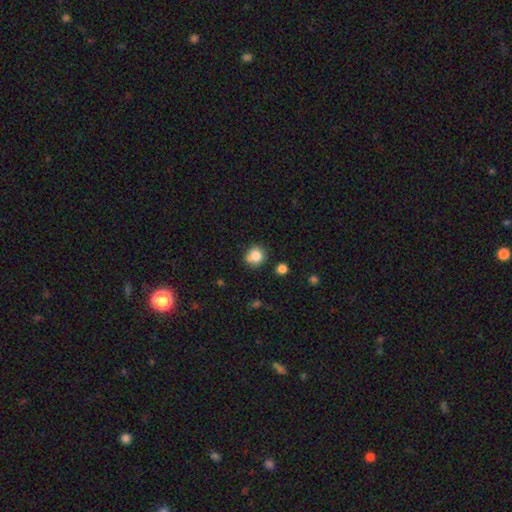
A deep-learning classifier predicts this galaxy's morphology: A smooth galaxy with no disk features (82%) that is round (80%). Merging: none (69%).